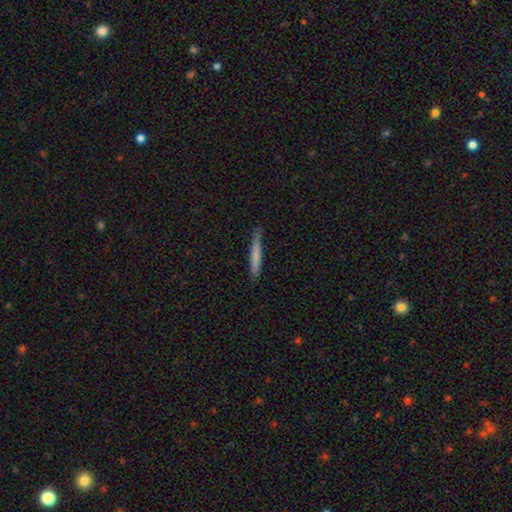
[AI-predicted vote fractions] A smooth galaxy with no disk features (71%) that is cigar-shaped (95%).

Vote fractions:
- Smooth or featured? smooth: 71% / featured or disk: 23% / star or artifact: 6%
- How rounded? cigar-shaped: 95% / in between: 4% / round: 1%
- Merging? none: 79% / minor disturbance: 16% / major disturbance: 3% / merger: 1%